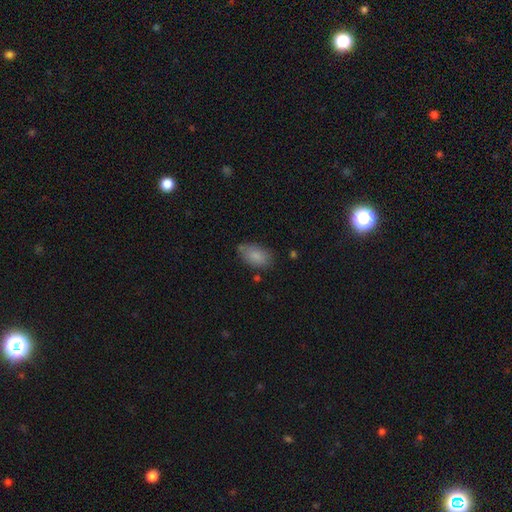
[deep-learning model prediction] This is clearly a smooth galaxy (84%). How rounded: clearly in between (92%). Merging: likely none (69%).